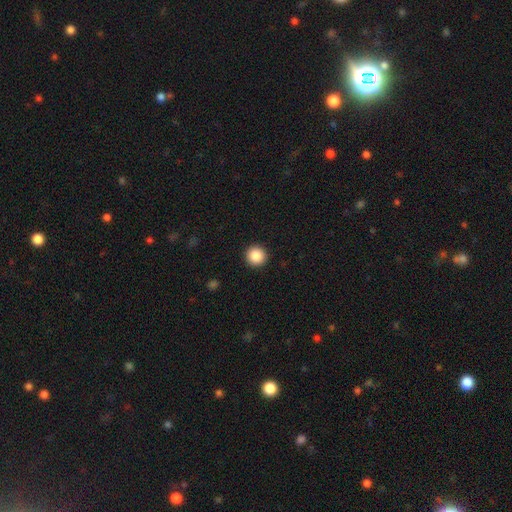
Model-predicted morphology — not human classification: The model was most divided on "smooth or featured": smooth: 87%, star or artifact: 9%, featured or disk: 4%. More confident: how rounded — round (96%); merging — none (93%).